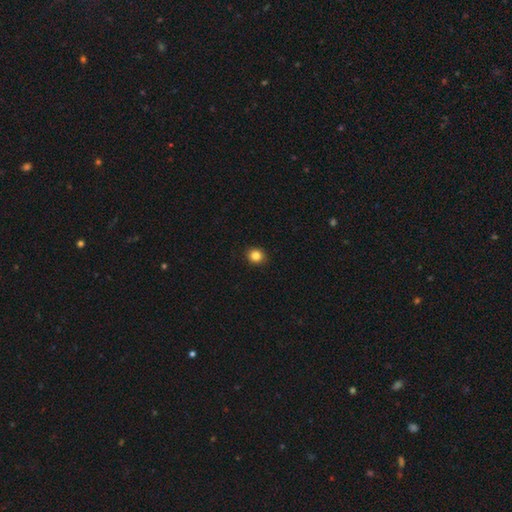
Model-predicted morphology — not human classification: type=smooth (84%); roundness=round (81%); merging=none (92%).